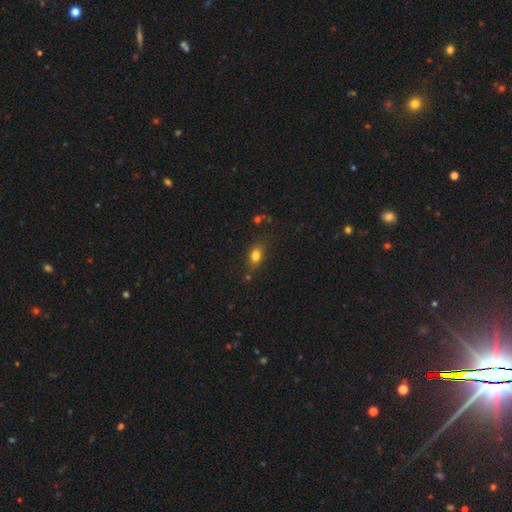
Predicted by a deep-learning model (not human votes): smooth_or_featured: smooth (p=0.79) [alt: star or artifact p=0.12]
how_rounded: in between (p=0.69) [alt: round p=0.27]
merging: none (p=0.72) [alt: minor disturbance p=0.19]